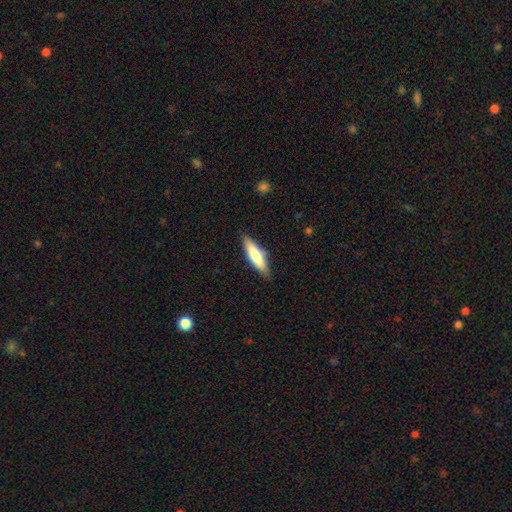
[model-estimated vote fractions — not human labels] smooth 72%, featured or disk 22%, star or artifact 5%. Down the decision tree: how rounded — cigar-shaped (63%); merging — none (84%).